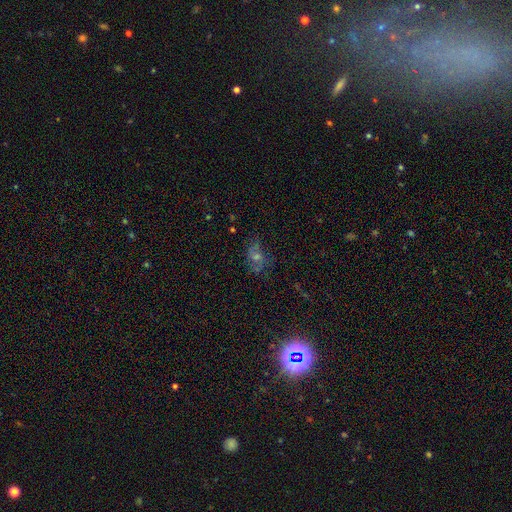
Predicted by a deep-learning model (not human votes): Morphology: type=featured or disk (43%); merging=none (61%).